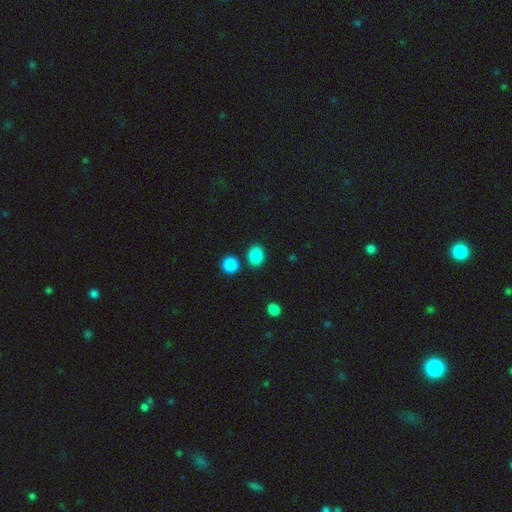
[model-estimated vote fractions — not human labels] smooth_or_featured: smooth (p=0.86) [alt: star or artifact p=0.10]
how_rounded: in between (p=0.51) [alt: round p=0.48]
merging: none (p=0.80) [alt: minor disturbance p=0.09]